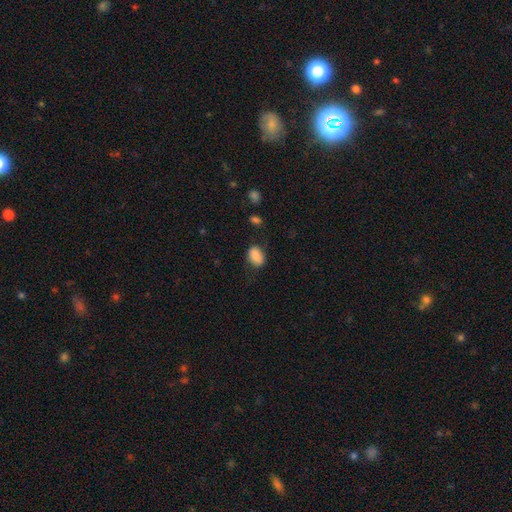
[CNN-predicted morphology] This is clearly a smooth galaxy (88%). How rounded: clearly in between (83%). Merging: likely none (77%).